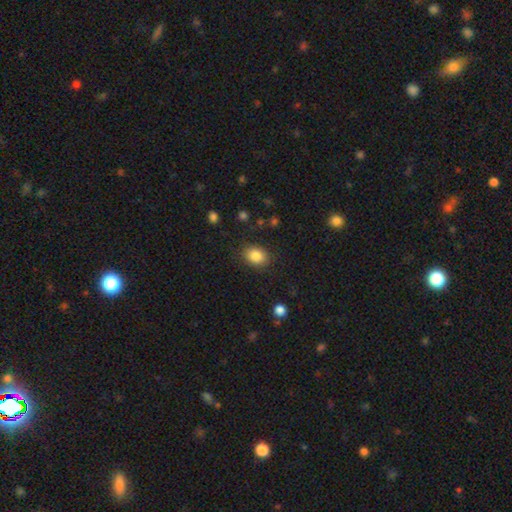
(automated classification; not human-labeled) smooth-or-featured: smooth: 85% | star or artifact: 9% | featured or disk: 6%
  how-rounded: in between: 61% | round: 38% | cigar-shaped: 1%
  merging: none: 85% | minor disturbance: 10% | major disturbance: 3% | merger: 1%